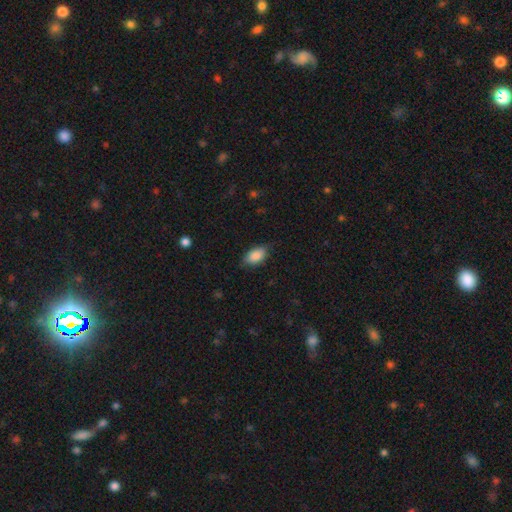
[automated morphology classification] A smooth galaxy with no disk features (87%) that is in between round and cigar-shaped (92%).

Vote fractions:
- Smooth or featured? smooth: 87% / star or artifact: 7% / featured or disk: 7%
- How rounded? in between: 92% / round: 5% / cigar-shaped: 3%
- Merging? none: 77% / minor disturbance: 18% / major disturbance: 3% / merger: 1%